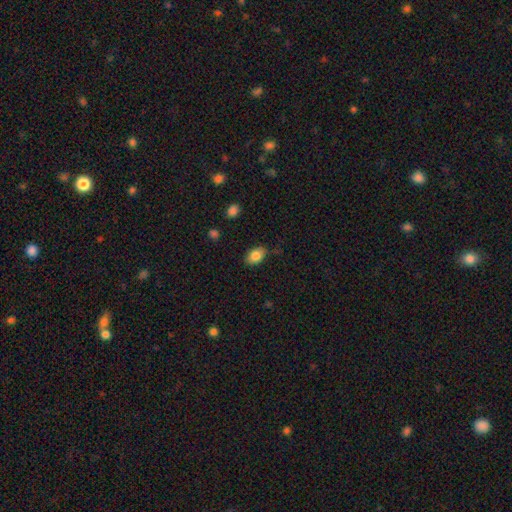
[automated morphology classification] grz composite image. It shows a smooth galaxy with no disk features (85%) that is in between round and cigar-shaped (86%). Merging: none (79%).